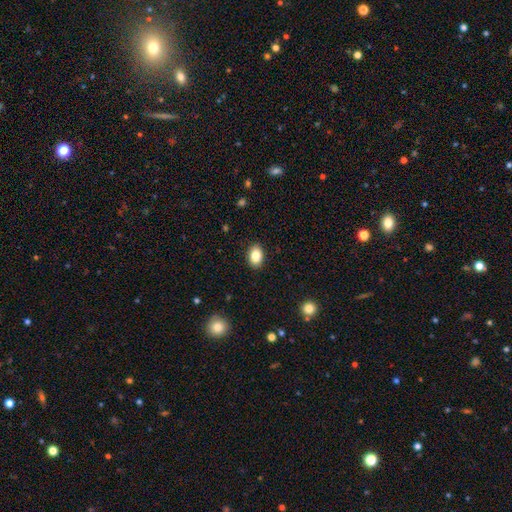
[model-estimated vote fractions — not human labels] A smooth galaxy with no disk features (85%) that is in between round and cigar-shaped (83%).

Vote fractions:
- Smooth or featured? smooth: 85% / star or artifact: 8% / featured or disk: 7%
- How rounded? in between: 83% / round: 16% / cigar-shaped: 1%
- Merging? none: 90% / minor disturbance: 8% / major disturbance: 2% / merger: 1%